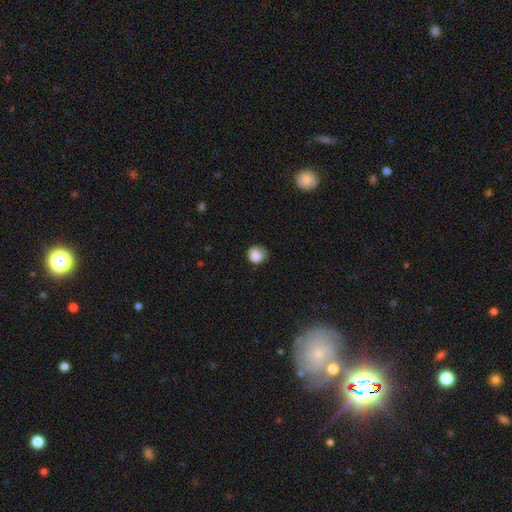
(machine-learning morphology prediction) type=smooth (85%); roundness=round (75%); merging=none (60%).